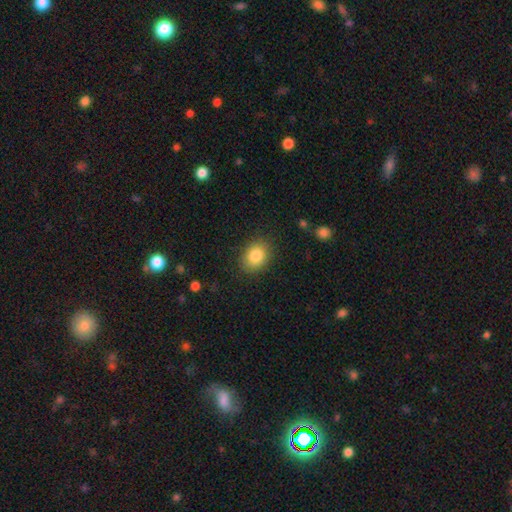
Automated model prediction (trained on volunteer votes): Smooth or featured? smooth (85%)
How rounded? in between (62%)
Merging? none (86%)